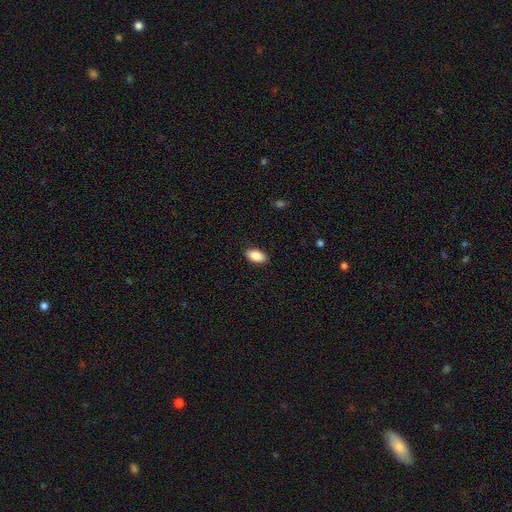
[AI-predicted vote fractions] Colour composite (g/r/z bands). It shows a smooth galaxy with no disk features (87%) that is in between round and cigar-shaped (93%). Merging: none (88%).